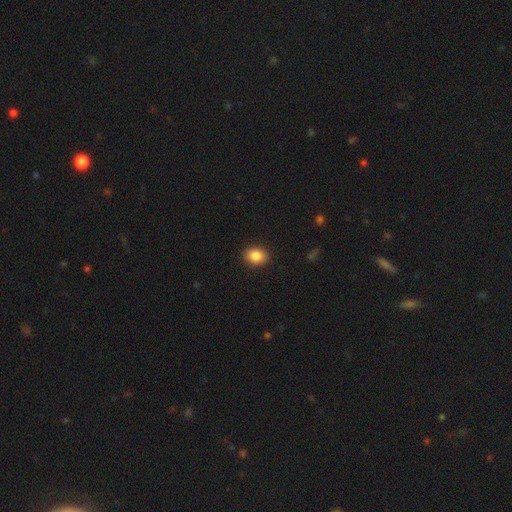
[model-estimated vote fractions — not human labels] The model was most divided on "how rounded": in between: 59%, round: 40%, cigar-shaped: 1%. More confident: merging — none (90%); smooth or featured — smooth (88%).